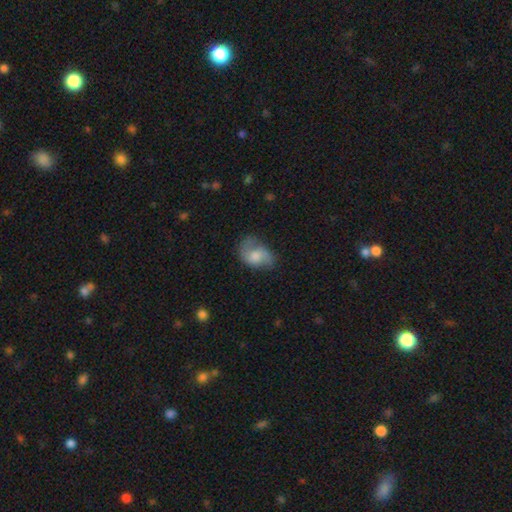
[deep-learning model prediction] This is possibly a smooth galaxy (57%). How rounded: clearly in between (81%). Merging: possibly none (49%).